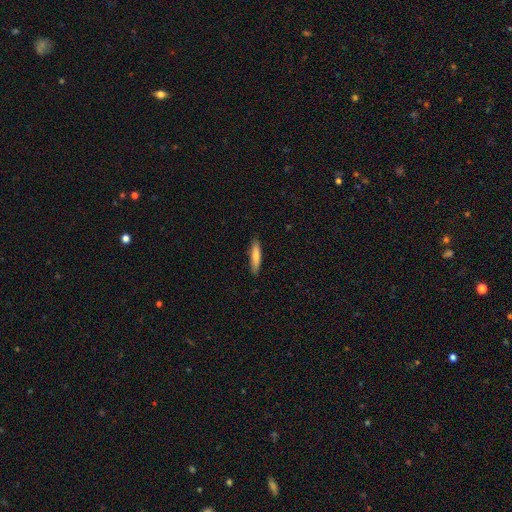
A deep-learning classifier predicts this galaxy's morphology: Q: Smooth or featured?
A: smooth (71%); runner-up: featured or disk (23%)
Q: How rounded?
A: cigar-shaped (86%); runner-up: in between (13%)
Q: Merging?
A: none (89%); runner-up: minor disturbance (9%)